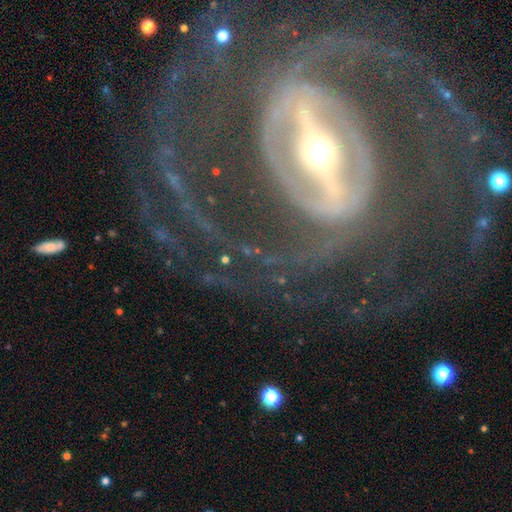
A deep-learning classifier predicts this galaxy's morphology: smooth-or-featured: featured or disk: 90% | star or artifact: 6% | smooth: 4%
  disk-edge-on: no: 92% | yes: 8%
    bar: strong: 83% | weak: 12% | no: 5%
    has-spiral-arms: yes: 88% | no: 12%
      spiral-winding: medium: 41% | tight: 40% | loose: 19%
      spiral-arm-count: 2: 51% | can't tell: 17% | 3: 12% | 4: 8% | 1: 6% | more than 4: 6%
    bulge-size: moderate: 49% | small: 40% | large: 7% | dominant: 2% | none: 1%
  merging: none: 62% | major disturbance: 23% | minor disturbance: 13% | merger: 3%